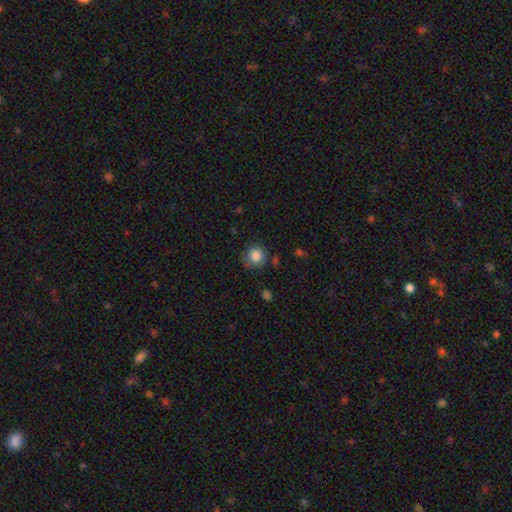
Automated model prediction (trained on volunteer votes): A smooth galaxy with no disk features (84%) that is round (90%). Merging: none (76%).